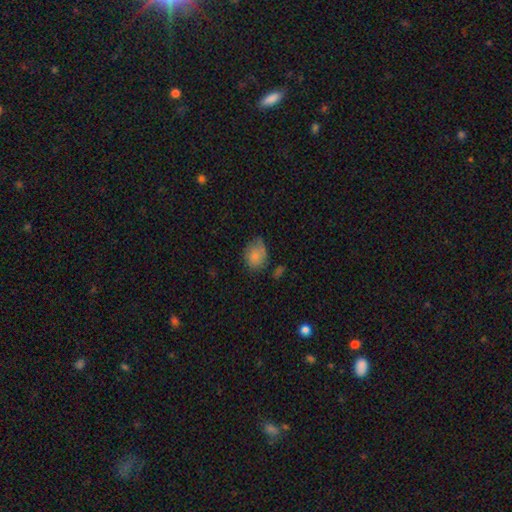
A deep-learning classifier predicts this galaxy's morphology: A smooth galaxy with no disk features (76%) that is in between round and cigar-shaped (55%). Merging: none (49%).